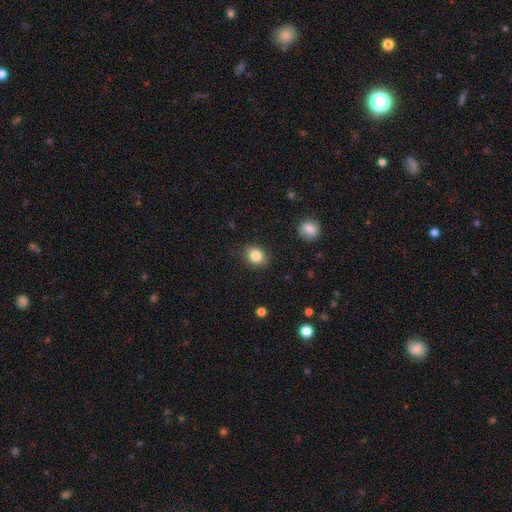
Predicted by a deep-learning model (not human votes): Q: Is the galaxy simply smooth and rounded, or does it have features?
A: smooth — 84%.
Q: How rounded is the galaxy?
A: round — 63%.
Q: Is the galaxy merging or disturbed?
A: none — 85%.